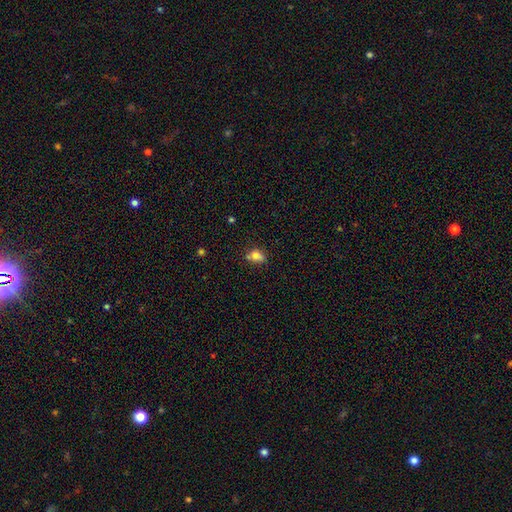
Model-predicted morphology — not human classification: Overall: smooth (76%). How rounded: in between (63%; round 34%). Merging: none (54%; minor disturbance 23%).